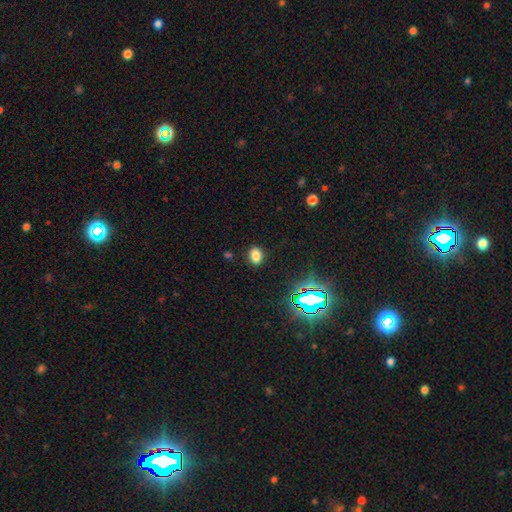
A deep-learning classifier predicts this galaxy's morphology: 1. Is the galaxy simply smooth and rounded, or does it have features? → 76% smooth, 17% star or artifact, 6% featured or disk.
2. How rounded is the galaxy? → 64% in between, 35% round, 1% cigar-shaped.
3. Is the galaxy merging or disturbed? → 88% none, 8% minor disturbance, 3% major disturbance, 1% merger.